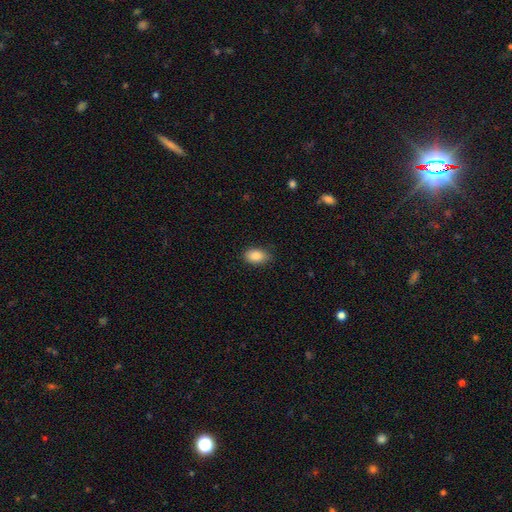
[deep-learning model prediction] Overall: smooth (87%). How rounded: in between (88%). Merging: none (84%).